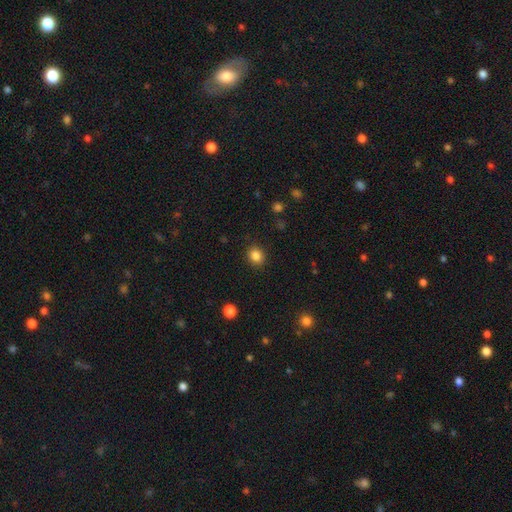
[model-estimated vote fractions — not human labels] This appears to be a smooth galaxy with no disk features (85%) that is round (71%). Merging: none (90%).